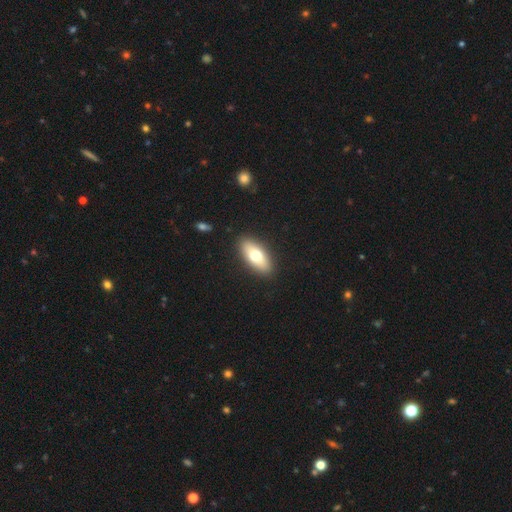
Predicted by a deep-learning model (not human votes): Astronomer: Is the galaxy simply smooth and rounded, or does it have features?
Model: smooth — 68%.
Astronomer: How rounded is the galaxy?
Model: in between — 82%.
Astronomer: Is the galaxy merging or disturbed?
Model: none — 89%.